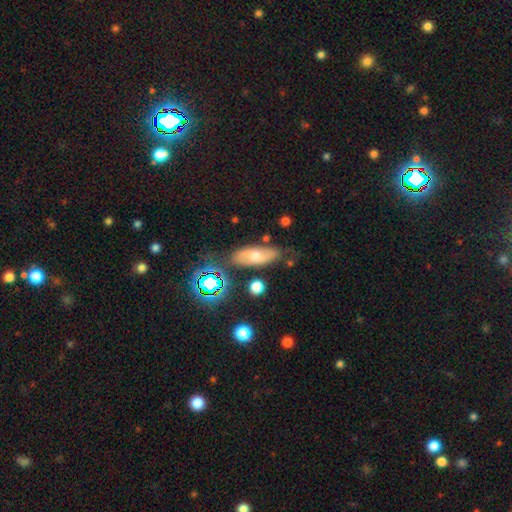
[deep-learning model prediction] smooth-or-featured: smooth: 46% | featured or disk: 38% | star or artifact: 16%
  merging: none: 71% | minor disturbance: 19% | major disturbance: 5% | merger: 5%